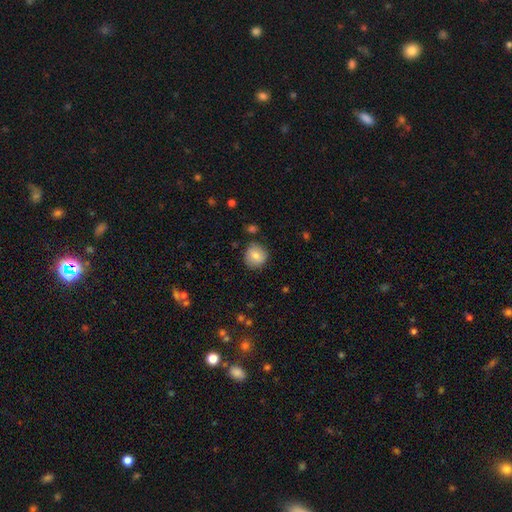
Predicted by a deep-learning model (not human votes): smooth 80%, featured or disk 11%, star or artifact 8%. Down the decision tree: how rounded — round (89%); merging — none (84%).